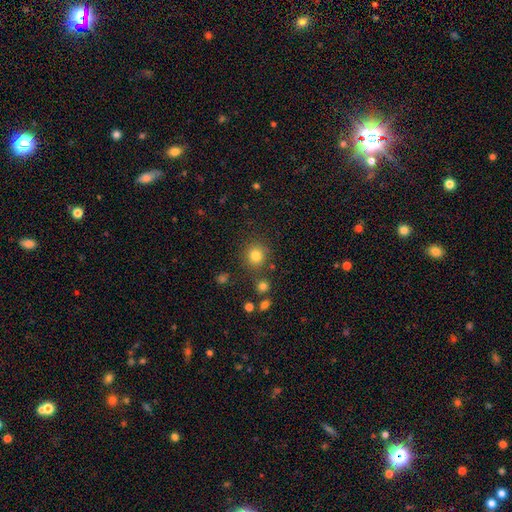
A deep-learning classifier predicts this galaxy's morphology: Smooth or featured? Predicted: smooth (p=0.80). How rounded? Predicted: round (p=0.90). Merging? Predicted: none (p=0.82).